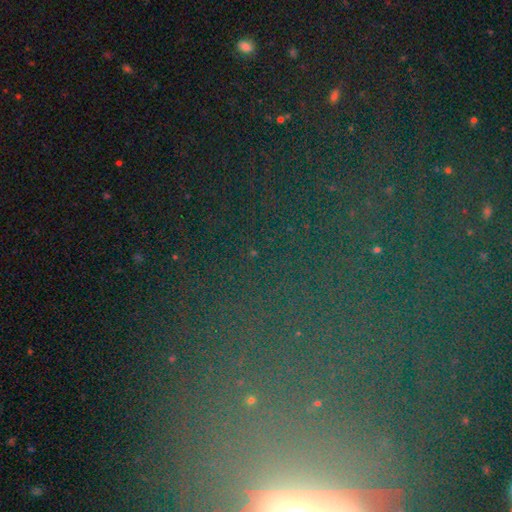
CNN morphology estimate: A star or artifact, not a galaxy (70%).

Vote fractions:
- Smooth or featured? star or artifact: 70% / smooth: 17% / featured or disk: 13%